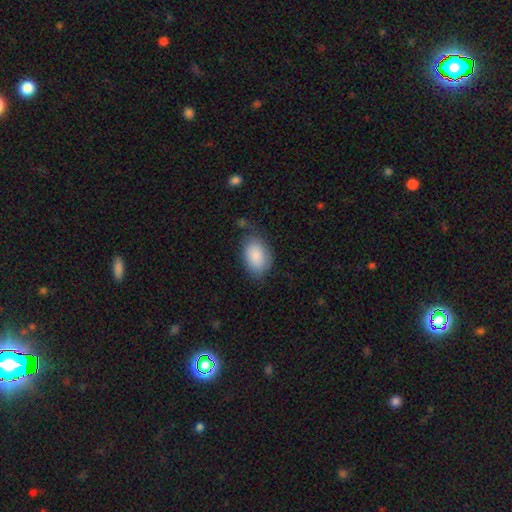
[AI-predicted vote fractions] The model was most divided on "merging": none: 69%, minor disturbance: 23%, major disturbance: 6%, merger: 2%. More confident: how rounded — in between (90%); smooth or featured — smooth (87%).